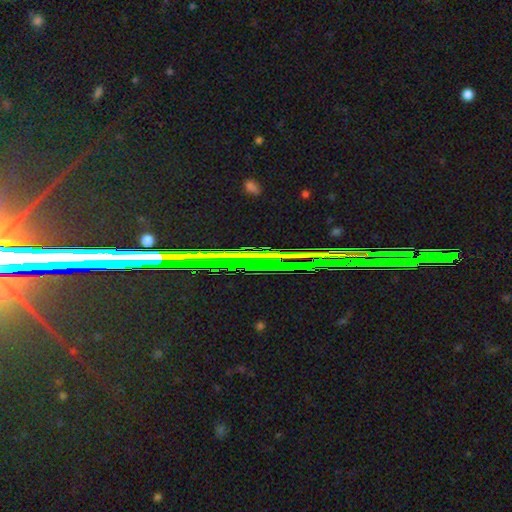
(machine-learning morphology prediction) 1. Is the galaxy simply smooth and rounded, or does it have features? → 83% star or artifact, 9% featured or disk, 8% smooth.